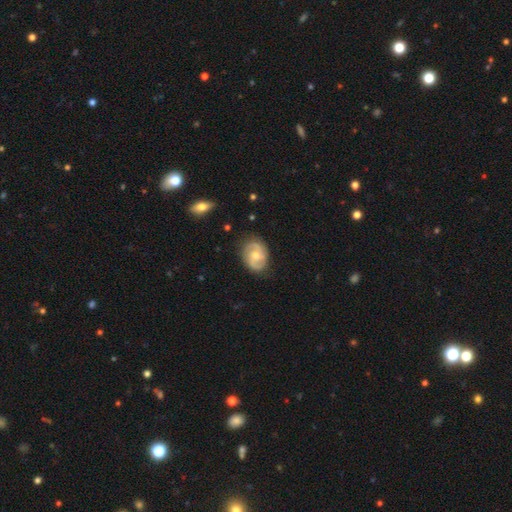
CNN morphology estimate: smooth-or-featured: featured or disk: 79% | smooth: 16% | star or artifact: 5%
  disk-edge-on: no: 97% | yes: 3%
    bar: no: 52% | weak: 40% | strong: 7%
    has-spiral-arms: yes: 94% | no: 6%
      spiral-winding: medium: 48% | tight: 35% | loose: 17%
      spiral-arm-count: 2: 87% | can't tell: 6% | 3: 3% | 1: 2% | 4: 1% | more than 4: 1%
    bulge-size: moderate: 60% | small: 34% | large: 3% | none: 2% | dominant: 1%
  merging: none: 81% | minor disturbance: 14% | major disturbance: 4% | merger: 1%